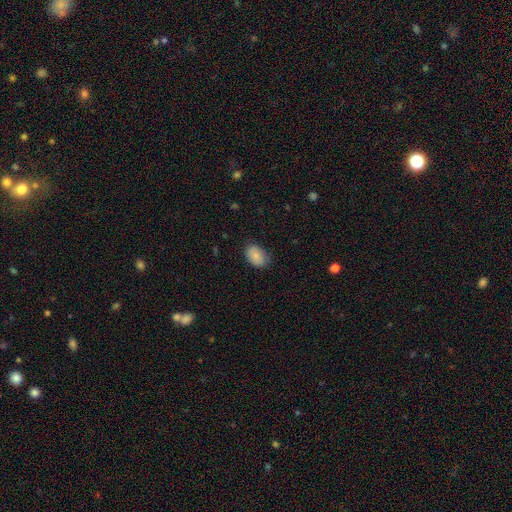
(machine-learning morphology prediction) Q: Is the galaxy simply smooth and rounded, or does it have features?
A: smooth — 82%.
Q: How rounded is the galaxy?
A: in between — 83%.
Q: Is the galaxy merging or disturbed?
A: none — 76%.